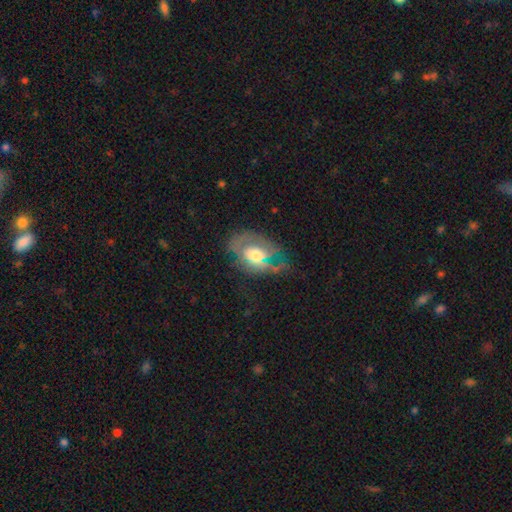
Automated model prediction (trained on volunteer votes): Overall: featured or disk (57%; smooth 34%). Edge-on disk: no (93%). Bar: no (75%). Spiral arms: yes (55%; no 45%). Bulge size: moderate (60%; large 25%). Merging: none (45%; minor disturbance 27%).